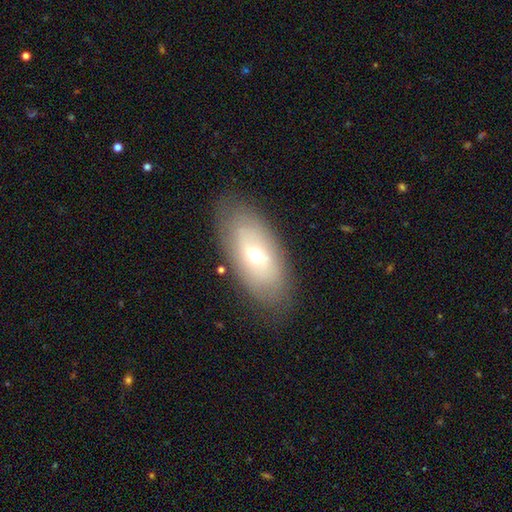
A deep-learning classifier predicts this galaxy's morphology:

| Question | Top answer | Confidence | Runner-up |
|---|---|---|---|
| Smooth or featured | smooth | 47% | featured or disk (44%) |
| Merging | none | 83% | minor disturbance (12%) |